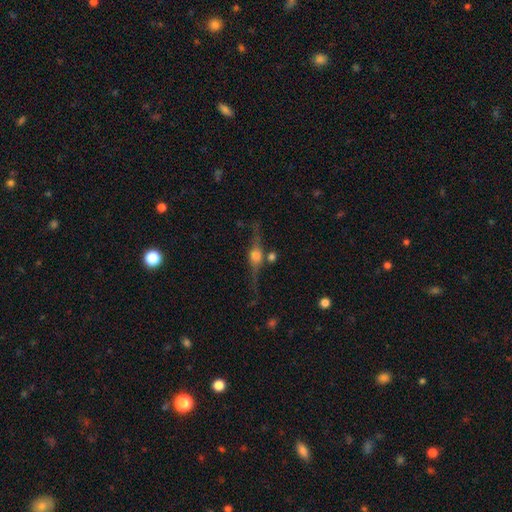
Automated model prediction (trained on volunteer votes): Smooth or featured? Predicted: featured or disk (p=0.77). Edge-on disk? Predicted: yes (p=0.94). Edge-on bulge? Predicted: rounded (p=0.92). Merging? Predicted: none (p=0.72).